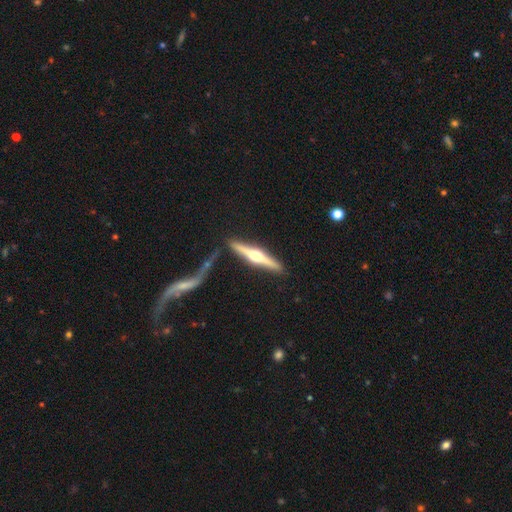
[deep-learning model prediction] Smooth or featured?
  - featured or disk: 77% *
  - smooth: 19%
  - star or artifact: 5%
Edge-on disk?
  - yes: 98% *
  - no: 2%
Edge-on bulge?
  - rounded: 95% *
  - boxy: 3%
  - none: 2%
Merging?
  - none: 78% *
  - minor disturbance: 11%
  - merger: 7%
  - major disturbance: 4%